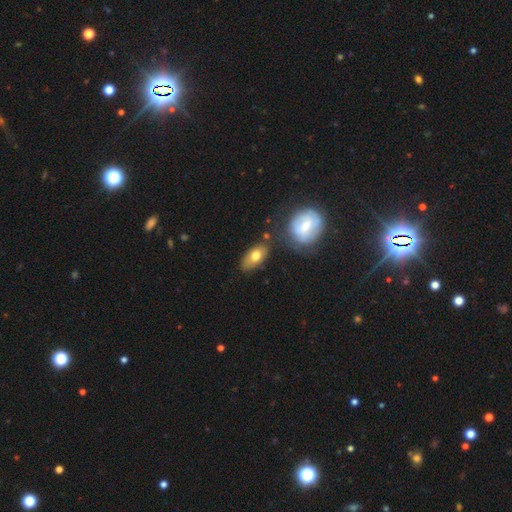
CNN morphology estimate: Q: Smooth or featured?
A: smooth (68%); runner-up: featured or disk (25%)
Q: How rounded?
A: in between (87%); runner-up: round (7%)
Q: Merging?
A: none (66%); runner-up: minor disturbance (19%)